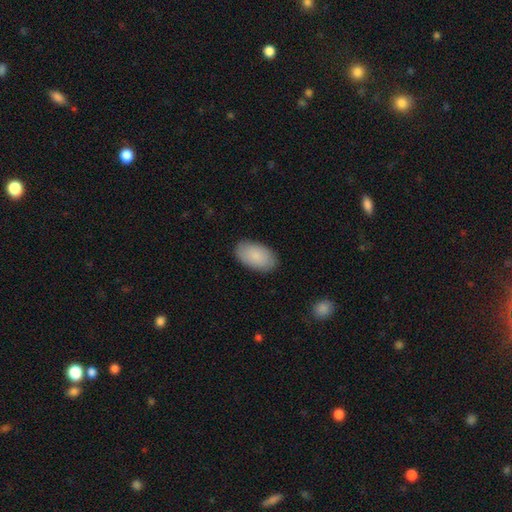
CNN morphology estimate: Smooth or featured? Predicted: smooth (p=0.88). How rounded? Predicted: in between (p=0.95). Merging? Predicted: none (p=0.87).